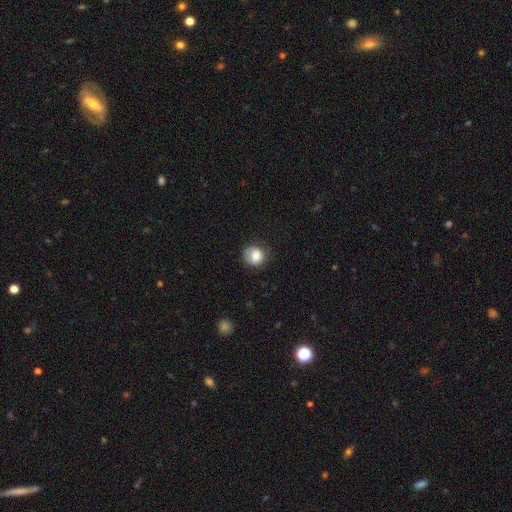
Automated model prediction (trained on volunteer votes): A smooth galaxy with no disk features (81%) that is round (78%).

Vote fractions:
- Smooth or featured? smooth: 81% / featured or disk: 11% / star or artifact: 8%
- How rounded? round: 78% / in between: 21% / cigar-shaped: 1%
- Merging? none: 63% / minor disturbance: 26% / major disturbance: 10% / merger: 2%